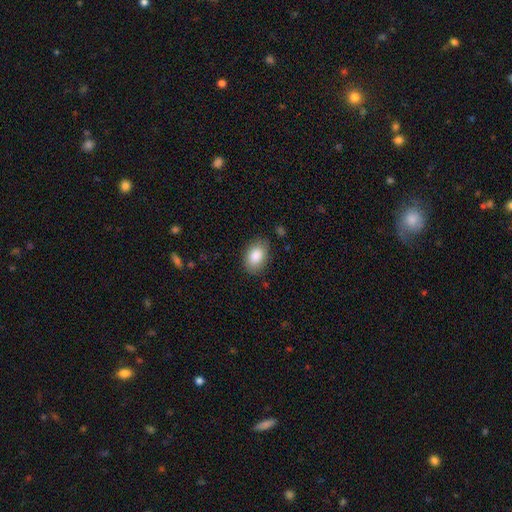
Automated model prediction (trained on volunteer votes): Smooth or featured? Predicted: smooth (p=0.87). How rounded? Predicted: in between (p=0.89). Merging? Predicted: none (p=0.82).